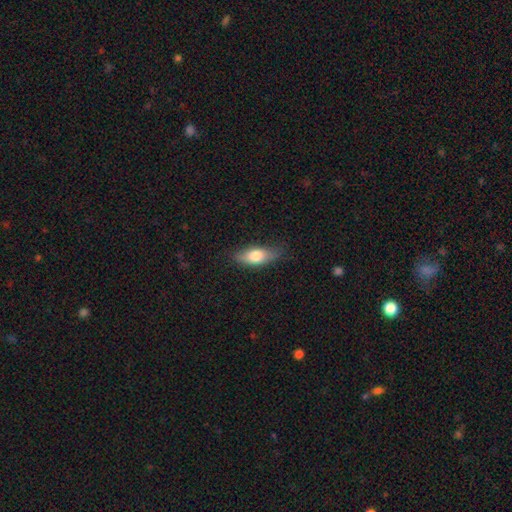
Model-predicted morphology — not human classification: type=smooth (73%); roundness=in between (76%); merging=none (74%).